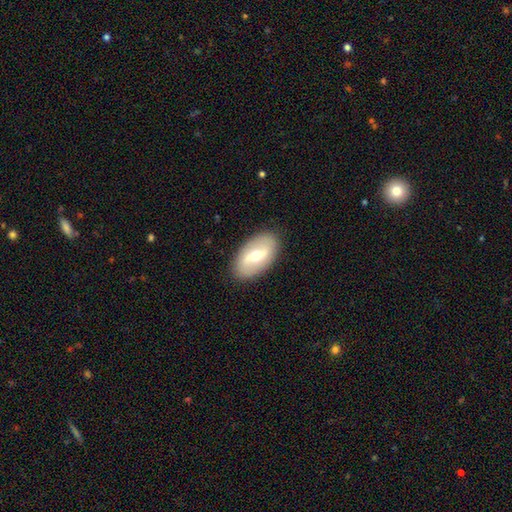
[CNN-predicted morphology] Smooth or featured: featured or disk — 58% (smooth — 36%)
Edge-on disk: no — 90% (yes — 10%)
Bar: weak — 44% (strong — 35%)
Spiral arms: no — 55% (yes — 45%)
Bulge size: moderate — 71% (small — 21%)
Merging: none — 88% (minor disturbance — 9%)